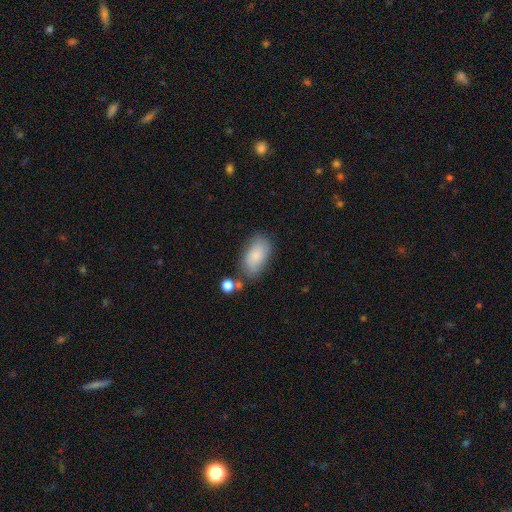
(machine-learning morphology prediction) smooth 80%, featured or disk 13%, star or artifact 7%. Down the decision tree: how rounded — in between (93%); merging — none (65%).